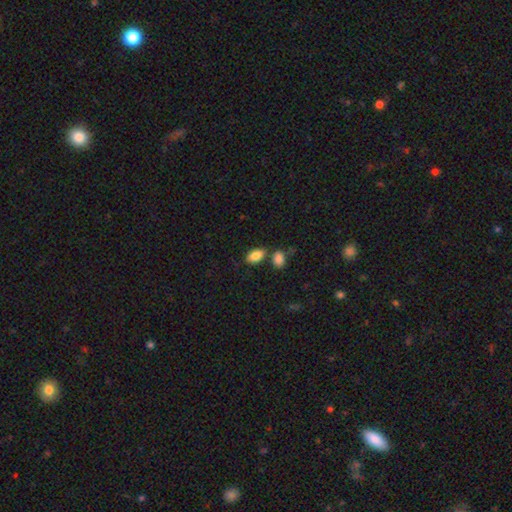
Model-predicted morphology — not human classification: This appears to be a smooth galaxy with no disk features (86%) that is in between round and cigar-shaped (91%). Merging: none (68%).